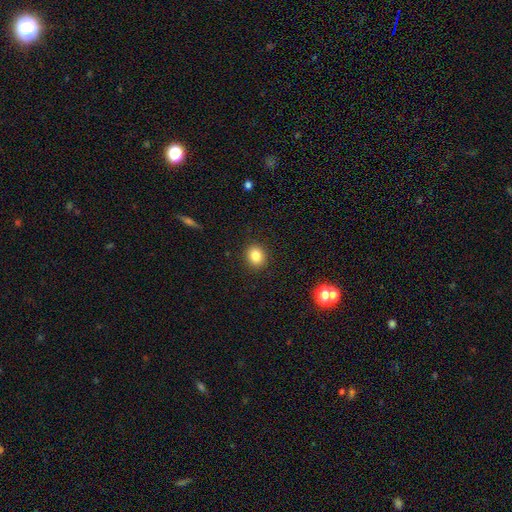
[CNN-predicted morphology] Smooth or featured?
  - smooth: 83% *
  - star or artifact: 11%
  - featured or disk: 6%
How rounded?
  - round: 70% *
  - in between: 29%
  - cigar-shaped: 1%
Merging?
  - none: 91% *
  - minor disturbance: 6%
  - major disturbance: 2%
  - merger: 1%